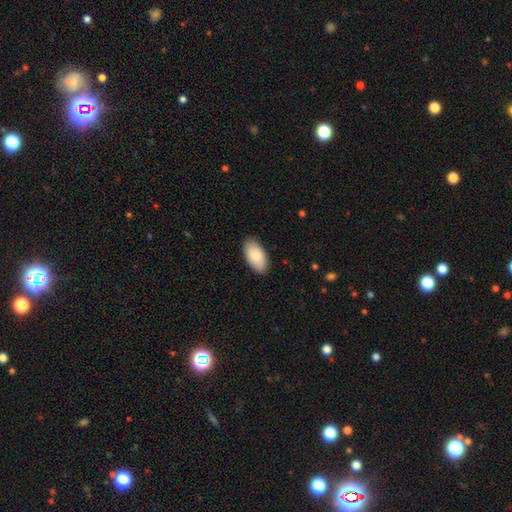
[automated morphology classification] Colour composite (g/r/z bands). It shows a smooth galaxy with no disk features (84%) that is in between round and cigar-shaped (95%). Merging: none (87%).